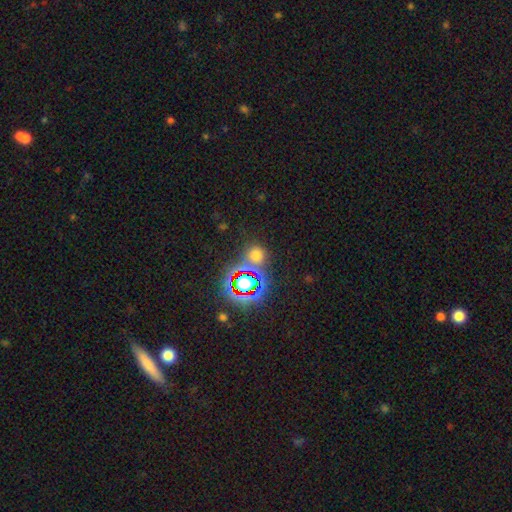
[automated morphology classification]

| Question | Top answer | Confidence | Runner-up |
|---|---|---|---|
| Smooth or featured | smooth | 55% | star or artifact (38%) |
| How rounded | round | 85% | in between (14%) |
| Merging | none | 71% | merger (14%) |